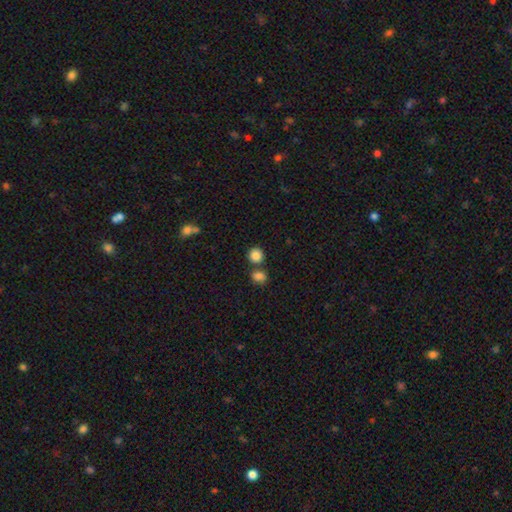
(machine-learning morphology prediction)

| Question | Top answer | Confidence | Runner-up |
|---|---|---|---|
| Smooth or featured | smooth | 86% | star or artifact (10%) |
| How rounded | round | 87% | in between (12%) |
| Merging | none | 68% | merger (22%) |